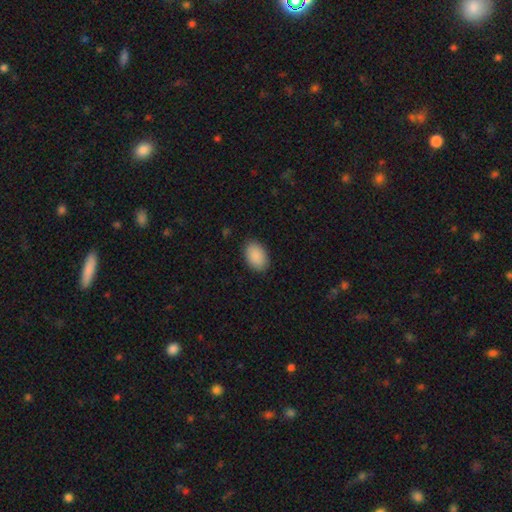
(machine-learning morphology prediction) A smooth galaxy with no disk features (91%) that is in between round and cigar-shaped (90%).

Vote fractions:
- Smooth or featured? smooth: 91% / star or artifact: 6% / featured or disk: 3%
- How rounded? in between: 90% / round: 9% / cigar-shaped: 1%
- Merging? none: 87% / minor disturbance: 9% / major disturbance: 2% / merger: 1%